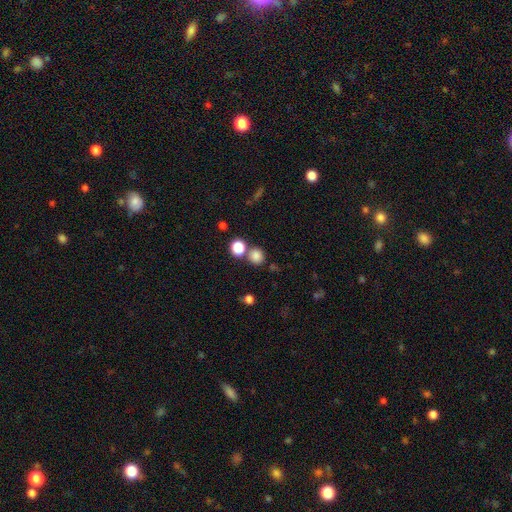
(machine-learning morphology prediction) Smooth or featured? smooth (81%)
How rounded? round (87%)
Merging? none (70%)